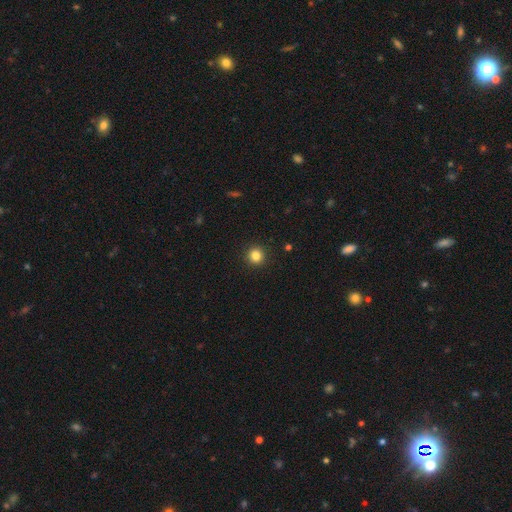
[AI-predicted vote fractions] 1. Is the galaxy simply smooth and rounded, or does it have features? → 84% smooth, 12% star or artifact, 4% featured or disk.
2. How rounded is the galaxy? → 95% round, 4% in between, 1% cigar-shaped.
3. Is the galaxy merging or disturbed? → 93% none, 5% minor disturbance, 2% major disturbance, 1% merger.